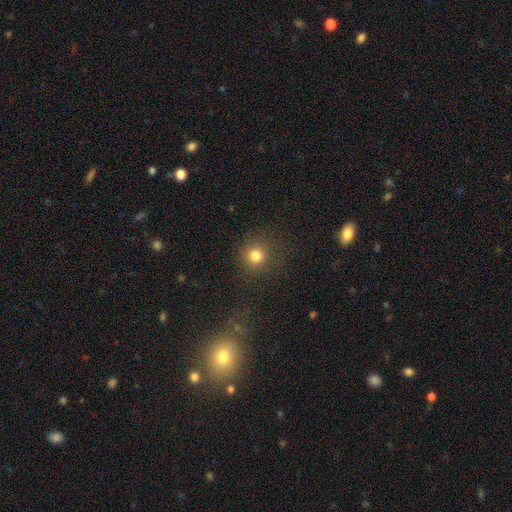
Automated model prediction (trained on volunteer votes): Smooth or featured? smooth (80%)
How rounded? round (91%)
Merging? none (85%)